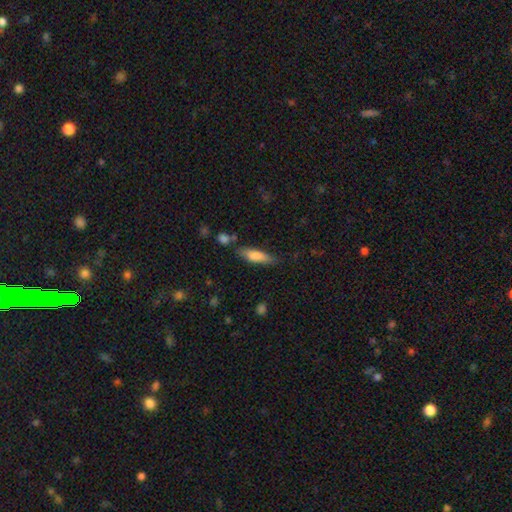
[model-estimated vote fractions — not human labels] Smooth or featured?
  - smooth: 79% *
  - featured or disk: 14%
  - star or artifact: 6%
How rounded?
  - cigar-shaped: 56% *
  - in between: 42%
  - round: 2%
Merging?
  - none: 71% *
  - minor disturbance: 18%
  - merger: 6%
  - major disturbance: 5%